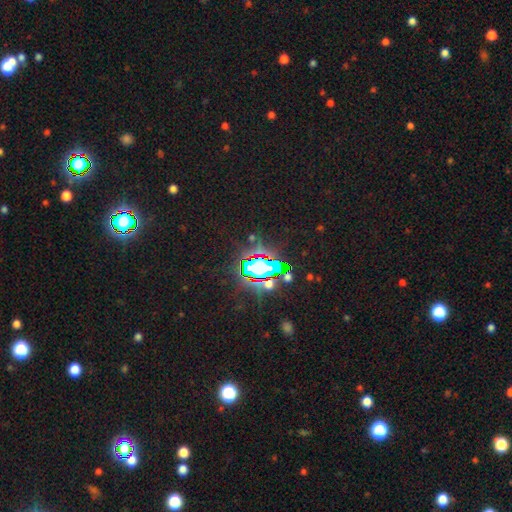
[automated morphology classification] Smooth or featured?
  - star or artifact: 81% *
  - smooth: 11%
  - featured or disk: 8%